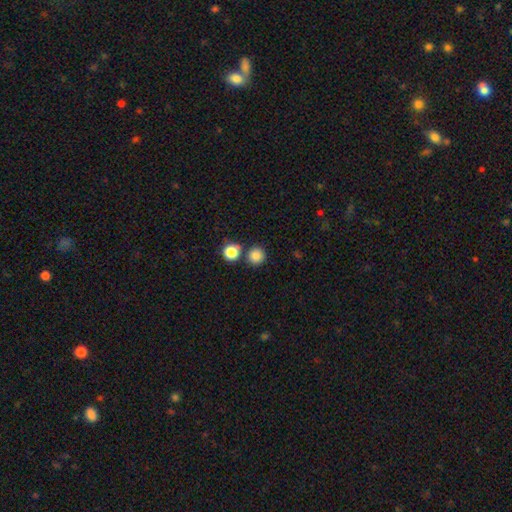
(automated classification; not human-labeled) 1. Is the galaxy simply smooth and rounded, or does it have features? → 83% smooth, 12% star or artifact, 5% featured or disk.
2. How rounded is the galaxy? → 94% round, 5% in between, 1% cigar-shaped.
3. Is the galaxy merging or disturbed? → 77% none, 13% merger, 7% minor disturbance, 3% major disturbance.